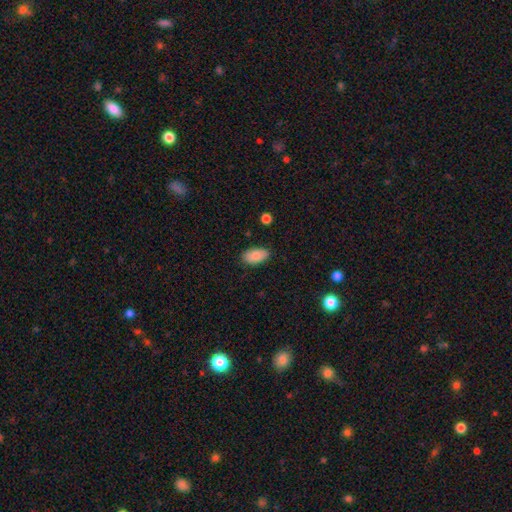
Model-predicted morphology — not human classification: Smooth or featured?
  - smooth: 87% *
  - star or artifact: 7%
  - featured or disk: 6%
How rounded?
  - in between: 94% *
  - round: 4%
  - cigar-shaped: 2%
Merging?
  - none: 84% *
  - minor disturbance: 12%
  - major disturbance: 2%
  - merger: 1%